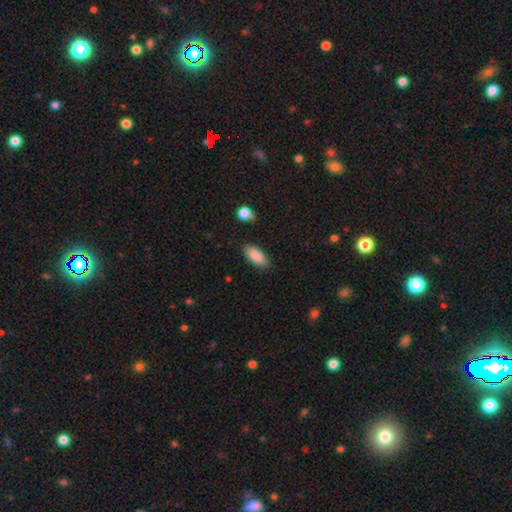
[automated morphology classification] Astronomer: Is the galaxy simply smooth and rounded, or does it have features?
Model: smooth — 89%.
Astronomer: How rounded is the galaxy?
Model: in between — 87%.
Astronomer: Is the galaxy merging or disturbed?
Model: none — 84%.